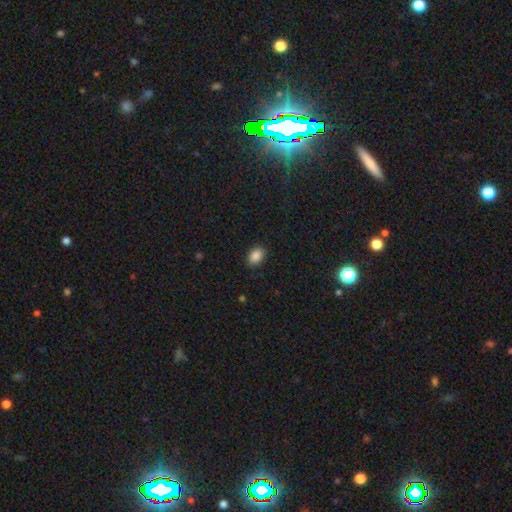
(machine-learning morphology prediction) Smooth or featured? Predicted: smooth (p=0.88). How rounded? Predicted: in between (p=0.84). Merging? Predicted: none (p=0.89).